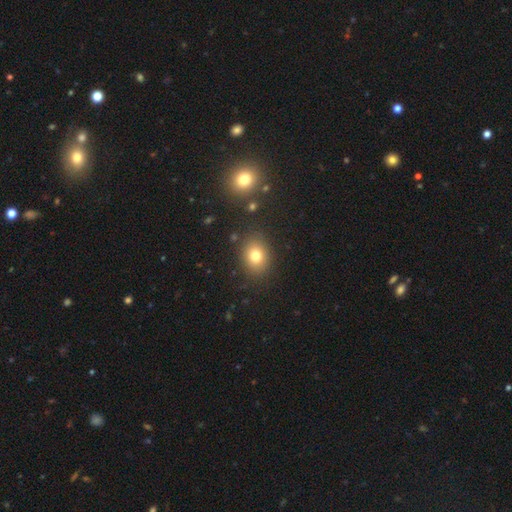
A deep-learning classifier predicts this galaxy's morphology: smooth 78%, star or artifact 13%, featured or disk 10%. Down the decision tree: how rounded — in between (50%); merging — none (85%).